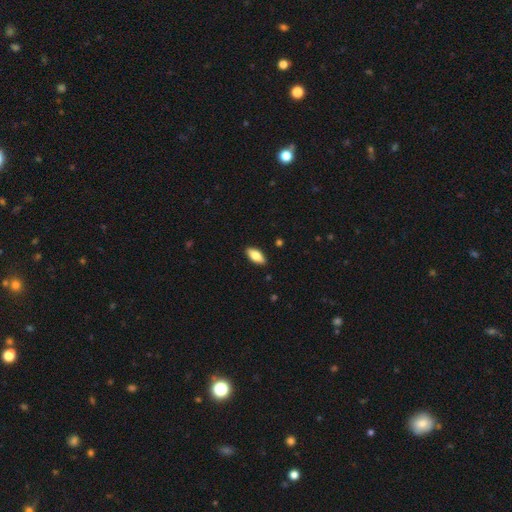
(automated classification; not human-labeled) smooth-or-featured: smooth: 82% | featured or disk: 12% | star or artifact: 6%
  how-rounded: in between: 87% | cigar-shaped: 11% | round: 2%
  merging: none: 90% | minor disturbance: 8% | major disturbance: 2% | merger: 1%